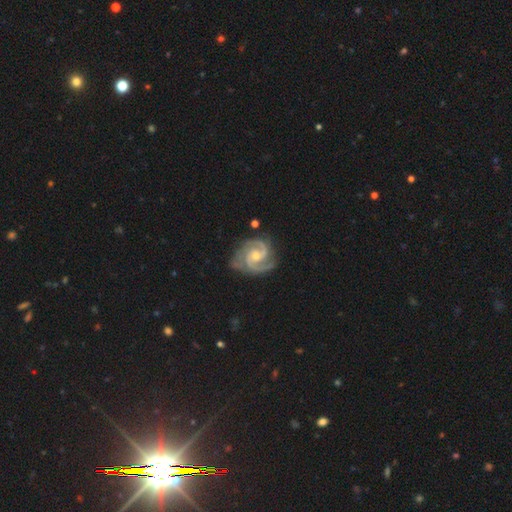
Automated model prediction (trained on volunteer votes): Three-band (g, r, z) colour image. It shows a featured or disk galaxy (94%) with no bar (59%), 2 (57%) tight (47%, tied with medium) spiral arms (99%) and a small central bulge (52%). Merging: none (73%).